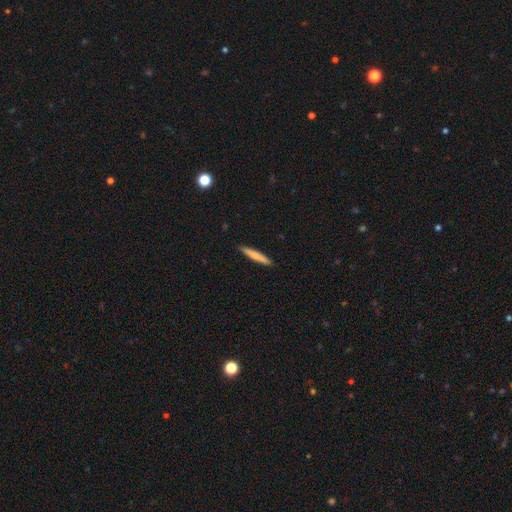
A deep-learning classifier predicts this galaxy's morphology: Smooth or featured?
  - smooth: 75% *
  - featured or disk: 20%
  - star or artifact: 5%
How rounded?
  - cigar-shaped: 95% *
  - in between: 4%
  - round: 1%
Merging?
  - none: 92% *
  - minor disturbance: 6%
  - major disturbance: 1%
  - merger: 1%